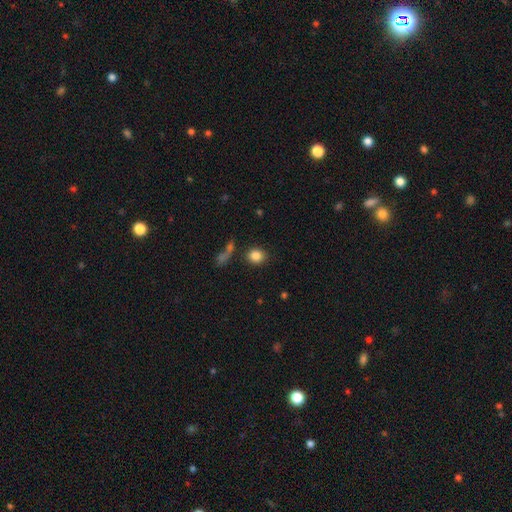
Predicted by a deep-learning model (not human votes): This is clearly a smooth galaxy (84%). How rounded: likely round (71%). Merging: clearly none (81%).